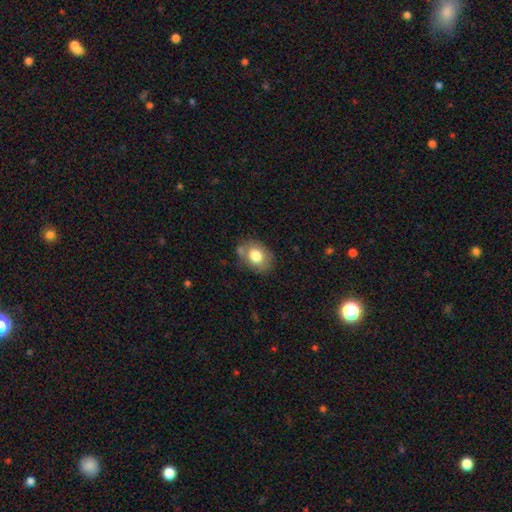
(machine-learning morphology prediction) Smooth or featured? smooth (76%)
How rounded? in between (59%)
Merging? none (69%)